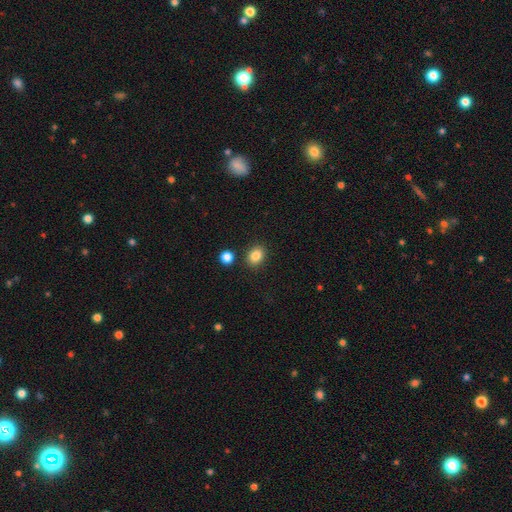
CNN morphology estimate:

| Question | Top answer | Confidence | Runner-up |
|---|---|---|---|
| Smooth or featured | smooth | 85% | star or artifact (10%) |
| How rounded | in between | 62% | round (37%) |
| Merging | none | 84% | minor disturbance (9%) |